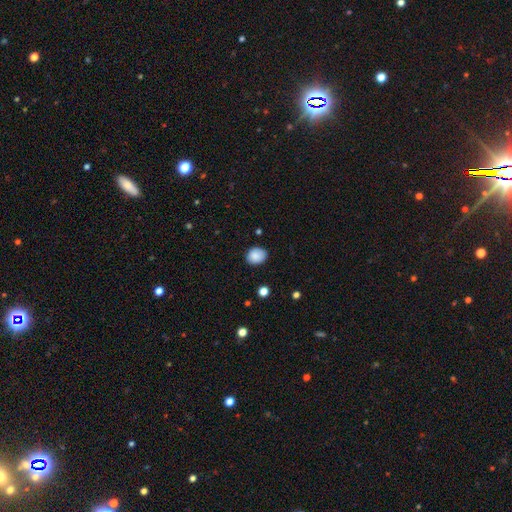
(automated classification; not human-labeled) Smooth or featured: smooth — 87% (star or artifact — 8%)
How rounded: round — 54% (in between — 45%)
Merging: none — 83% (minor disturbance — 13%)